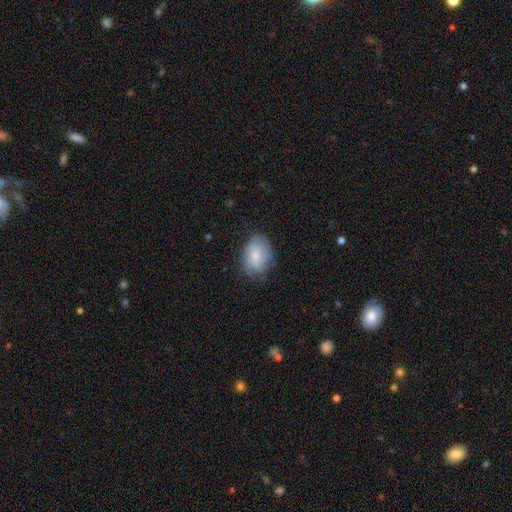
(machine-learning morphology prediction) A smooth galaxy with no disk features (66%) that is in between round and cigar-shaped (82%). Merging: none (65%).